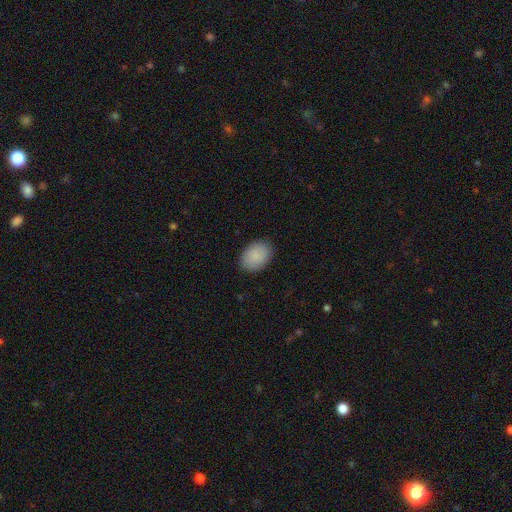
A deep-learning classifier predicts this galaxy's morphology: Smooth or featured? smooth (89%)
How rounded? in between (78%)
Merging? none (87%)